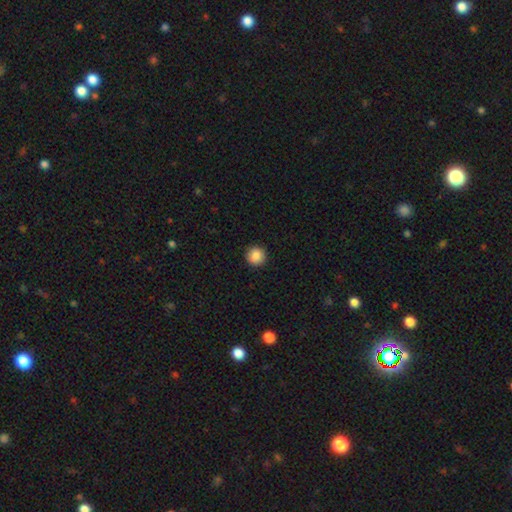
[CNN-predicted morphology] Q: Smooth or featured?
A: smooth (88%); runner-up: star or artifact (9%)
Q: How rounded?
A: round (95%); runner-up: in between (4%)
Q: Merging?
A: none (93%); runner-up: minor disturbance (5%)